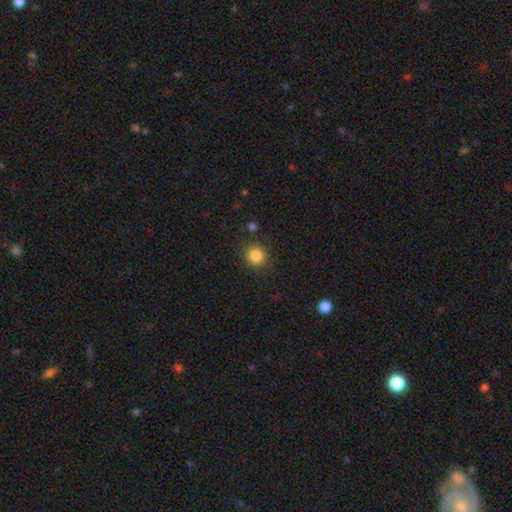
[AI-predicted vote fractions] Smooth or featured?
  - smooth: 85% *
  - star or artifact: 11%
  - featured or disk: 4%
How rounded?
  - round: 88% *
  - in between: 11%
  - cigar-shaped: 1%
Merging?
  - none: 88% *
  - minor disturbance: 7%
  - major disturbance: 3%
  - merger: 2%